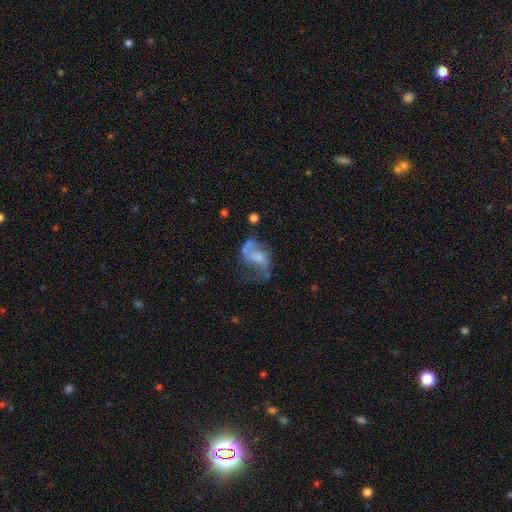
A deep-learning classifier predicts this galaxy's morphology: type=featured or disk (61%); edge-on=no (97%); bar=no (58%); spiral arms=yes (62%); bulge=none (36%); merging=major disturbance (37%).